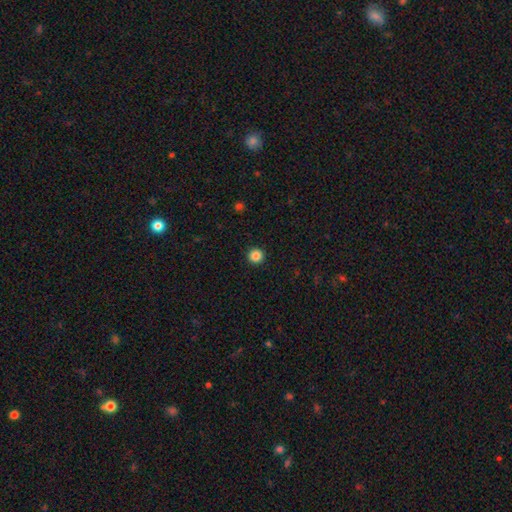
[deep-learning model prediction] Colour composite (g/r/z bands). It shows a smooth galaxy with no disk features (86%) that is round (96%). Merging: none (94%).